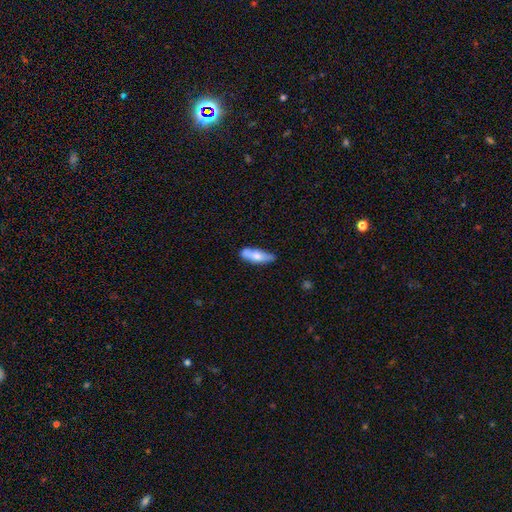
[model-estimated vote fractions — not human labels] Smooth or featured: smooth — 67% (featured or disk — 27%)
How rounded: cigar-shaped — 50% (in between — 48%)
Merging: none — 62% (minor disturbance — 23%)